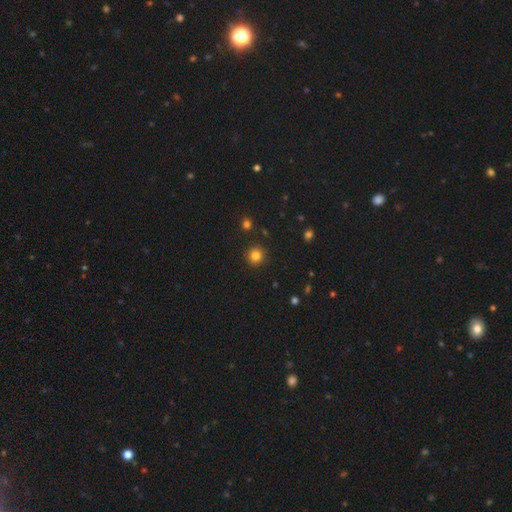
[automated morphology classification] A smooth galaxy with no disk features (82%) that is round (93%). Merging: none (91%).